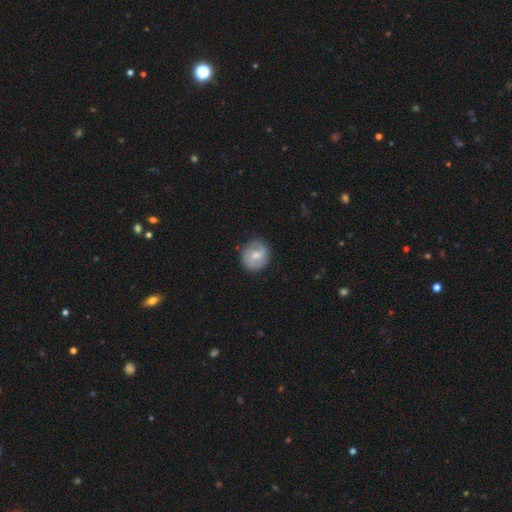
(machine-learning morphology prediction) Smooth or featured? smooth (48%)
Merging? none (82%)